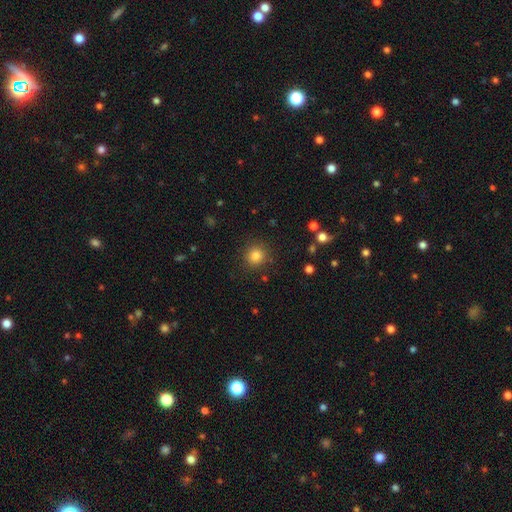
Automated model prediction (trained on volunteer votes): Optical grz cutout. It shows a smooth galaxy with no disk features (83%) that is round (91%). Merging: none (88%).